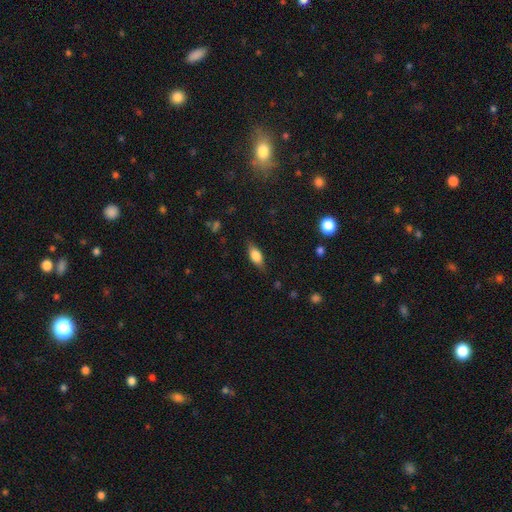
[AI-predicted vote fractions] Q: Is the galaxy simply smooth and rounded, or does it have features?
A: smooth — 77%.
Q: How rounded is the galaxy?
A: in between — 83%.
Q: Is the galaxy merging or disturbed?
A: none — 79%.